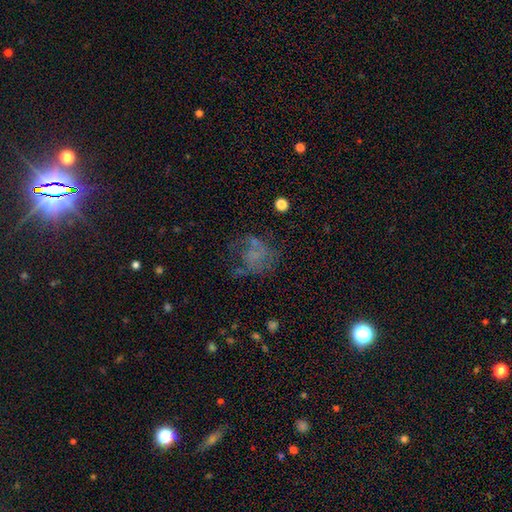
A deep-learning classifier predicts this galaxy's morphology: smooth-or-featured: featured or disk: 42% | smooth: 37% | star or artifact: 21%
  merging: none: 41% | major disturbance: 35% | minor disturbance: 20% | merger: 5%